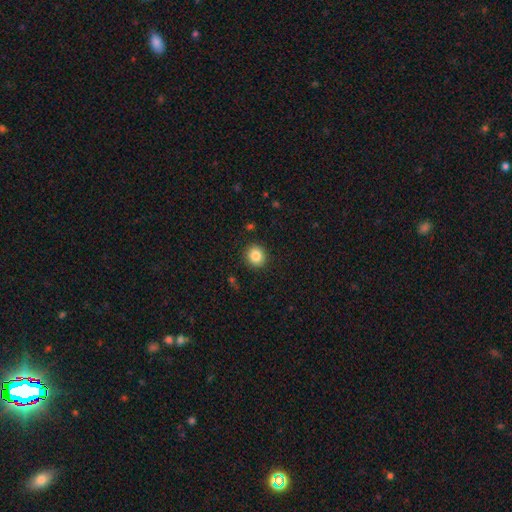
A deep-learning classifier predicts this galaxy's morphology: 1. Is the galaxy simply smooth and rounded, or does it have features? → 86% smooth, 9% star or artifact, 5% featured or disk.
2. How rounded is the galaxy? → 85% round, 15% in between, 1% cigar-shaped.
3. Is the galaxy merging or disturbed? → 90% none, 6% minor disturbance, 2% major disturbance, 1% merger.